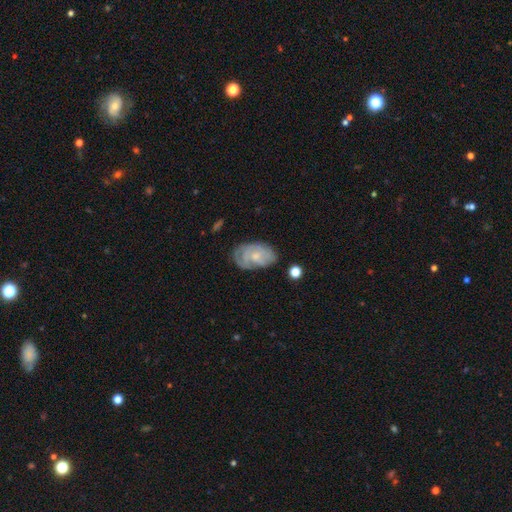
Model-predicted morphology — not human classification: Overall: featured or disk (60%; smooth 32%). Edge-on disk: no (96%). Bar: no (73%). Spiral arms: yes (75%). Bulge size: small (50%; moderate 38%). Merging: none (63%; minor disturbance 25%).